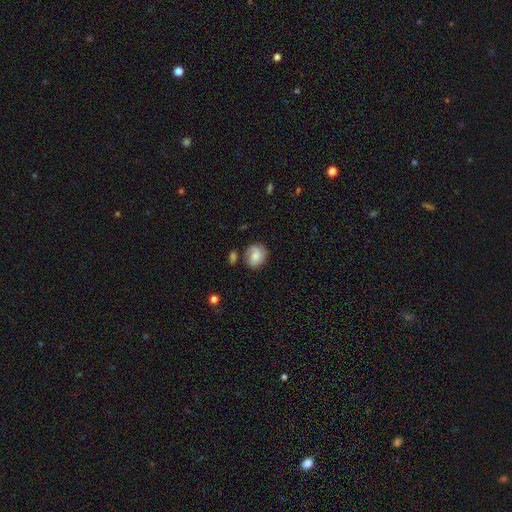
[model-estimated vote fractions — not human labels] Morphology: type=smooth (73%); roundness=round (67%); merging=none (65%).